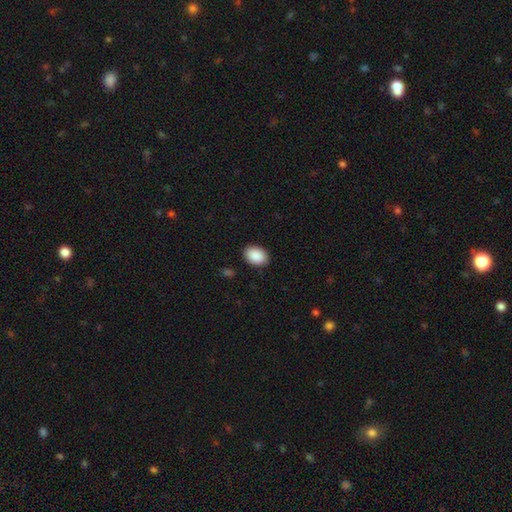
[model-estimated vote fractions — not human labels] The model was most divided on "how rounded": in between: 80%, round: 20%, cigar-shaped: 1%. More confident: smooth or featured — smooth (91%); merging — none (89%).